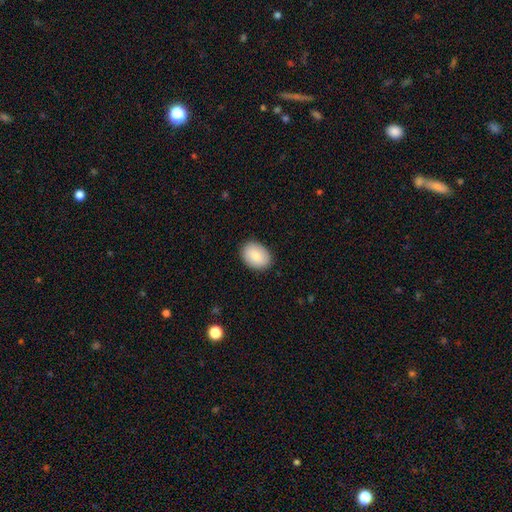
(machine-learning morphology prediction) A smooth galaxy with no disk features (82%) that is in between round and cigar-shaped (72%). Merging: none (88%).